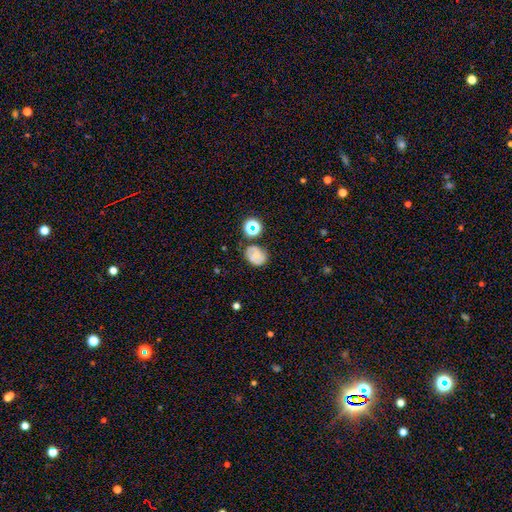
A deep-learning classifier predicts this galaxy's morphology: type=smooth (44%); merging=none (70%).